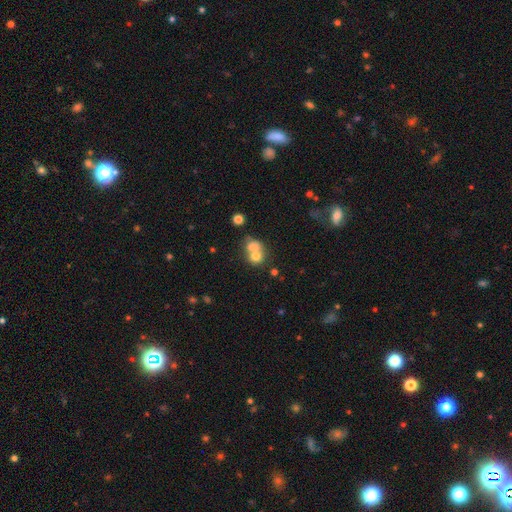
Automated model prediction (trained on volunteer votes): Overall: smooth (69%). How rounded: round (66%; in between 33%). Merging: merger (65%; none 26%).